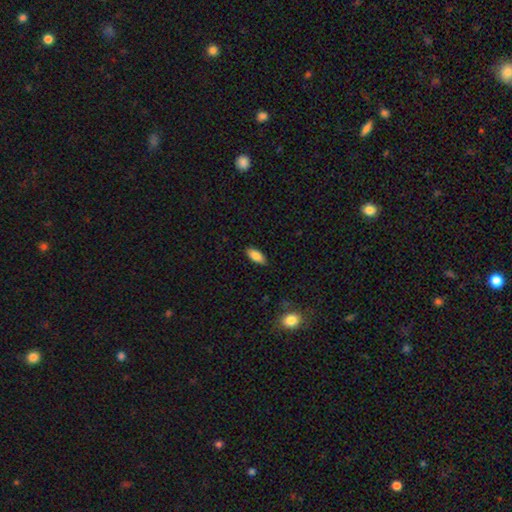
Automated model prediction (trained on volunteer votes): Q: Smooth or featured?
A: smooth (84%); runner-up: featured or disk (10%)
Q: How rounded?
A: in between (83%); runner-up: cigar-shaped (15%)
Q: Merging?
A: none (86%); runner-up: minor disturbance (11%)